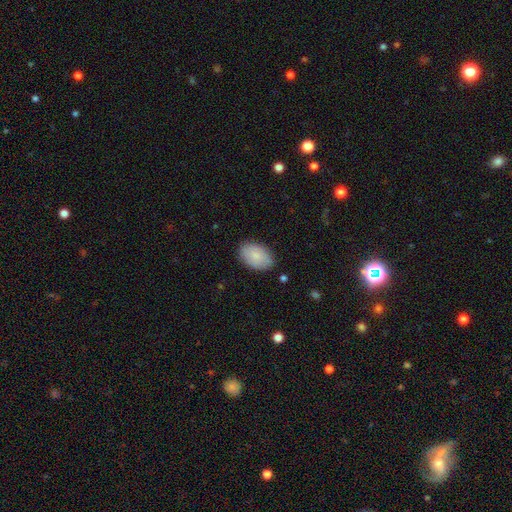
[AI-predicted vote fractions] smooth 81%, featured or disk 13%, star or artifact 6%. Down the decision tree: how rounded — in between (91%); merging — none (84%).